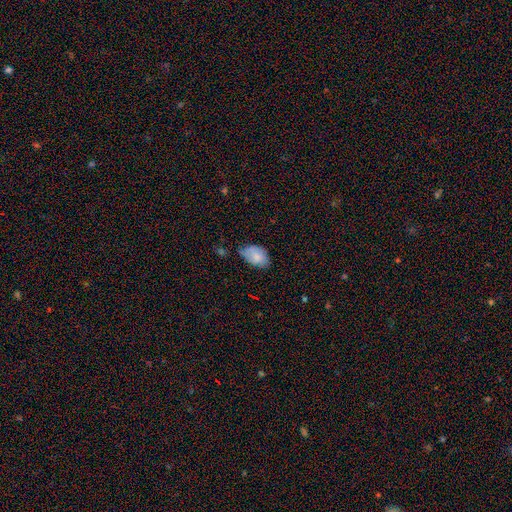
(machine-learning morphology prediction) Smooth or featured?
  - smooth: 80% *
  - featured or disk: 13%
  - star or artifact: 8%
How rounded?
  - in between: 88% *
  - round: 11%
  - cigar-shaped: 1%
Merging?
  - none: 45% *
  - minor disturbance: 42%
  - major disturbance: 9%
  - merger: 4%